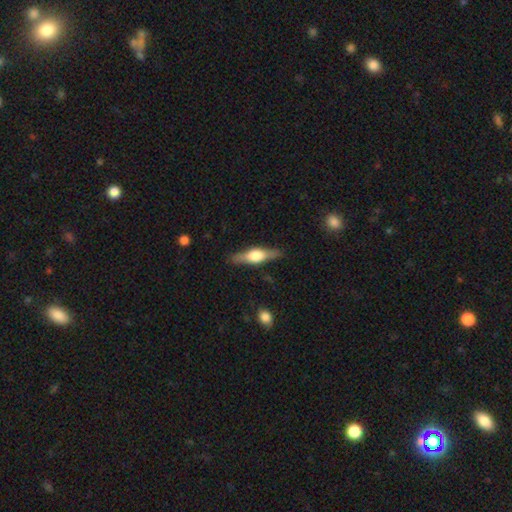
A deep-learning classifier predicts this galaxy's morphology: The model was most divided on "smooth or featured": featured or disk: 63%, smooth: 31%, star or artifact: 6%. More confident: edge-on disk — yes (95%); edge-on bulge — rounded (88%); merging — none (87%).